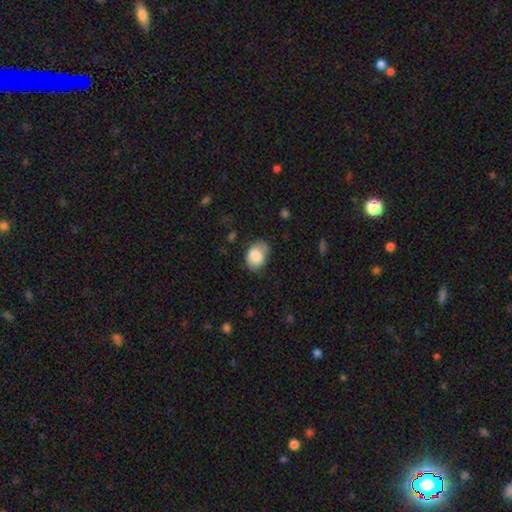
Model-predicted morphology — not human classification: A smooth galaxy with no disk features (84%) that is in between round and cigar-shaped (69%).

Vote fractions:
- Smooth or featured? smooth: 84% / featured or disk: 9% / star or artifact: 7%
- How rounded? in between: 69% / round: 30% / cigar-shaped: 1%
- Merging? none: 53% / minor disturbance: 34% / major disturbance: 10% / merger: 3%